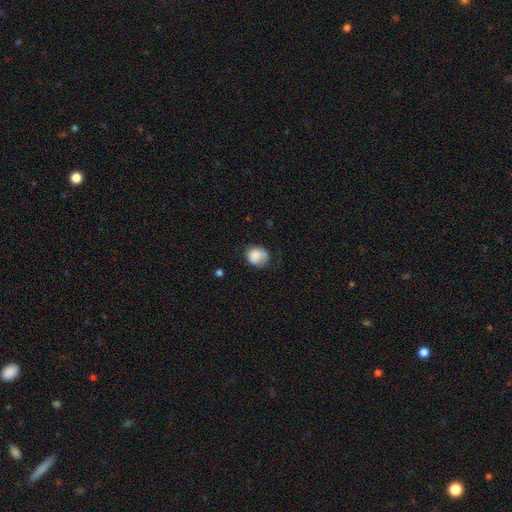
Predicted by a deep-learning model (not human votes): Smooth or featured? Predicted: smooth (p=0.83). How rounded? Predicted: round (p=0.67). Merging? Predicted: none (p=0.55).